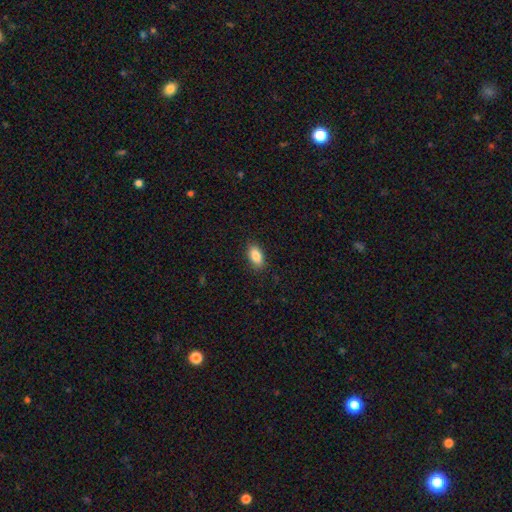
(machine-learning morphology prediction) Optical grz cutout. It shows a smooth galaxy with no disk features (86%) that is in between round and cigar-shaped (90%). Merging: none (87%).